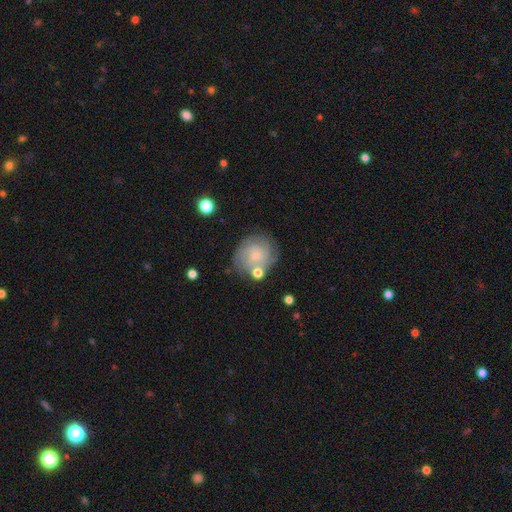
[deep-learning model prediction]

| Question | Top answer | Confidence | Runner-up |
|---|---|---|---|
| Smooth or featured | featured or disk | 68% | smooth (24%) |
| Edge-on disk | no | 98% | yes (2%) |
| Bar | no | 79% | weak (18%) |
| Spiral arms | yes | 91% | no (9%) |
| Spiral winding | tight | 70% | medium (23%) |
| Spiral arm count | can't tell | 36% | 3 (22%) |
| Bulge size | small | 79% | moderate (13%) |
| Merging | none | 70% | minor disturbance (17%) |